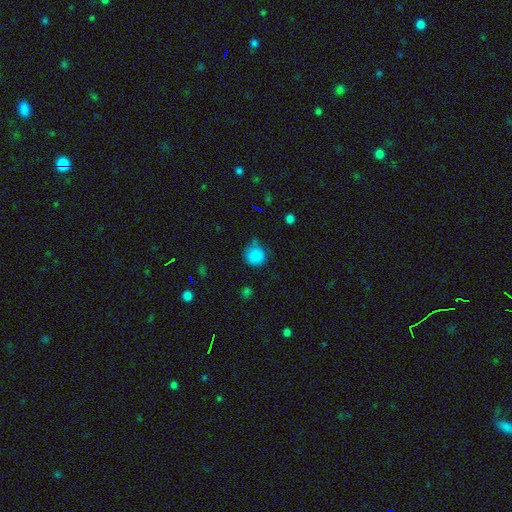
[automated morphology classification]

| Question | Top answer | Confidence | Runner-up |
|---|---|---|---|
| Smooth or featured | smooth | 85% | star or artifact (11%) |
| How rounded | round | 92% | in between (7%) |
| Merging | none | 69% | minor disturbance (21%) |